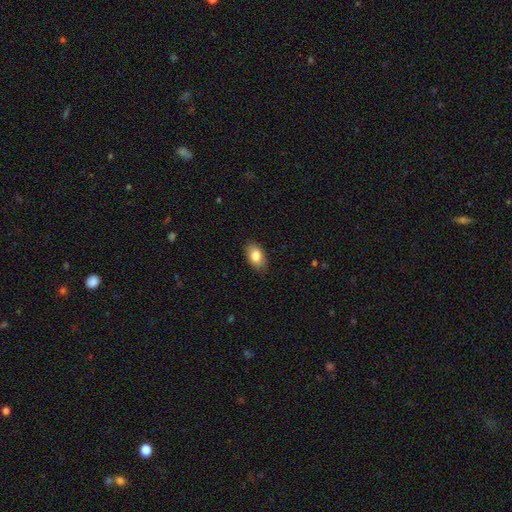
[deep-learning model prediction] Overall: smooth (83%). How rounded: in between (91%). Merging: none (85%).